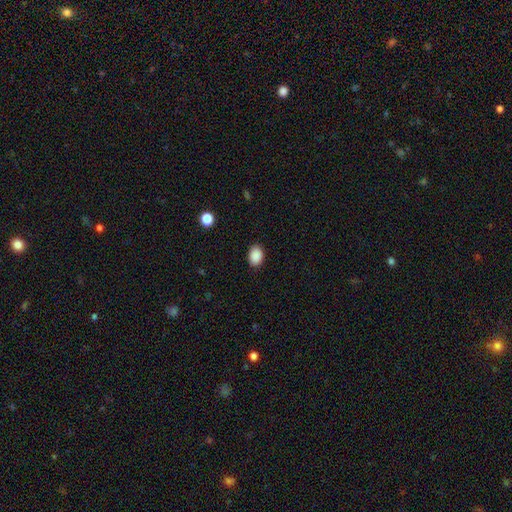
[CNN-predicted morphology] Q: Smooth or featured?
A: smooth (89%); runner-up: star or artifact (8%)
Q: How rounded?
A: in between (76%); runner-up: round (23%)
Q: Merging?
A: none (88%); runner-up: minor disturbance (9%)